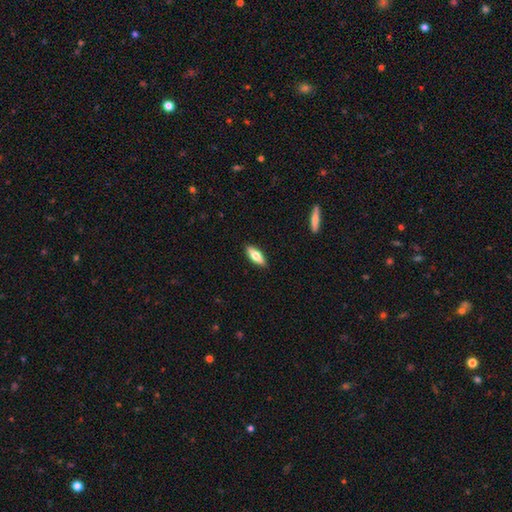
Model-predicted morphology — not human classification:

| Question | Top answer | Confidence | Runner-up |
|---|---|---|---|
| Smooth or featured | smooth | 65% | featured or disk (29%) |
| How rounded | in between | 57% | cigar-shaped (41%) |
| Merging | none | 89% | minor disturbance (8%) |